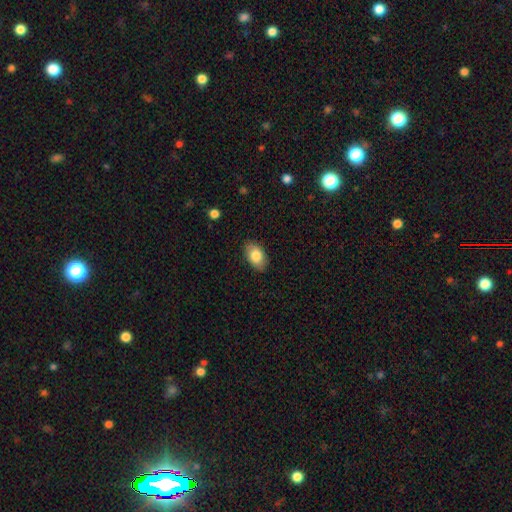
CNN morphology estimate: Overall: smooth (82%). How rounded: in between (91%). Merging: none (85%).